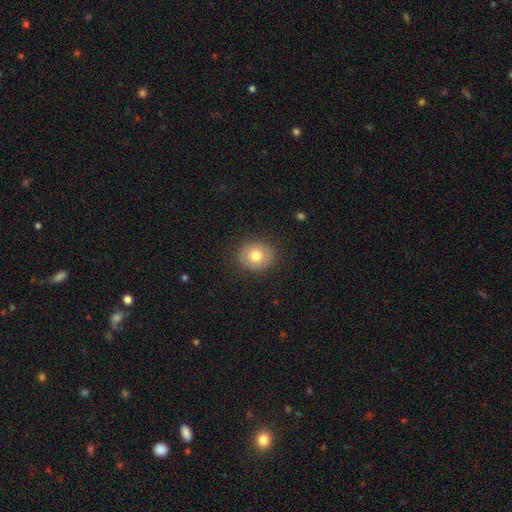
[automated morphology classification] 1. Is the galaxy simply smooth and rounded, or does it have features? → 74% smooth, 18% featured or disk, 8% star or artifact.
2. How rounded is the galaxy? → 73% round, 27% in between, 1% cigar-shaped.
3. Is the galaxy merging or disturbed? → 87% none, 9% minor disturbance, 3% major disturbance, 1% merger.